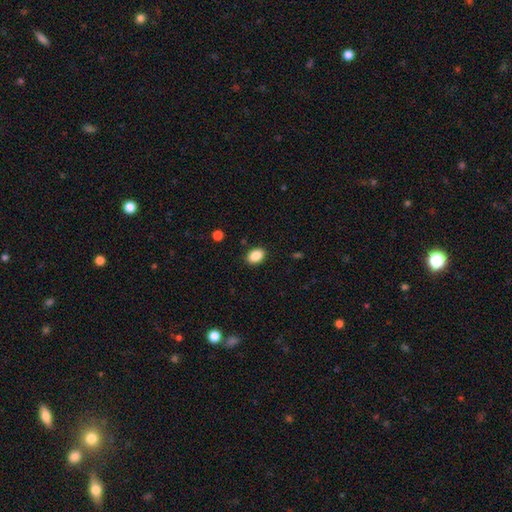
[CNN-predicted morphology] Smooth or featured: smooth — 89% (star or artifact — 8%)
How rounded: in between — 78% (round — 21%)
Merging: none — 88% (minor disturbance — 8%)